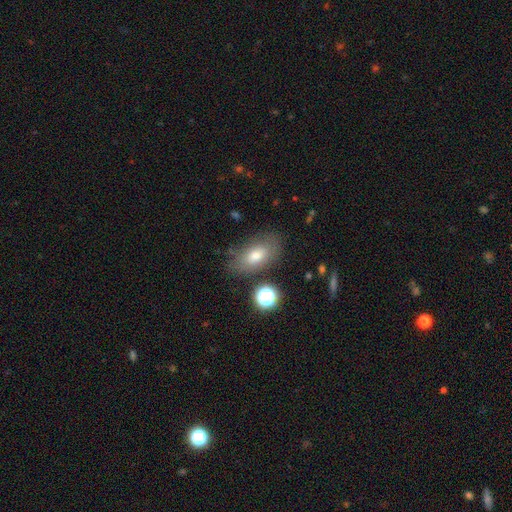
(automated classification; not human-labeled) Q: Smooth or featured?
A: smooth (69%); runner-up: featured or disk (19%)
Q: How rounded?
A: in between (88%); runner-up: round (8%)
Q: Merging?
A: none (73%); runner-up: minor disturbance (17%)